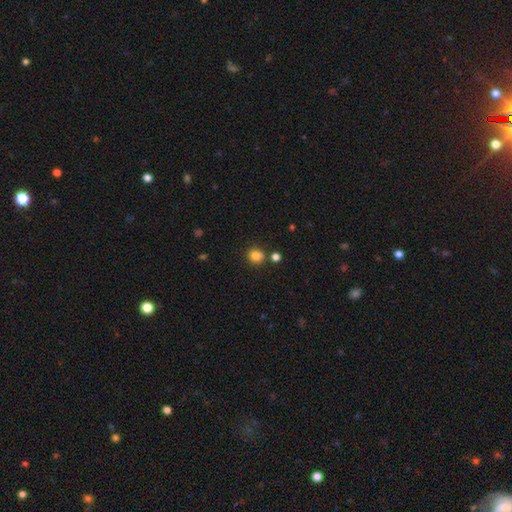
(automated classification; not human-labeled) Morphology: type=smooth (83%); roundness=round (81%); merging=none (76%).